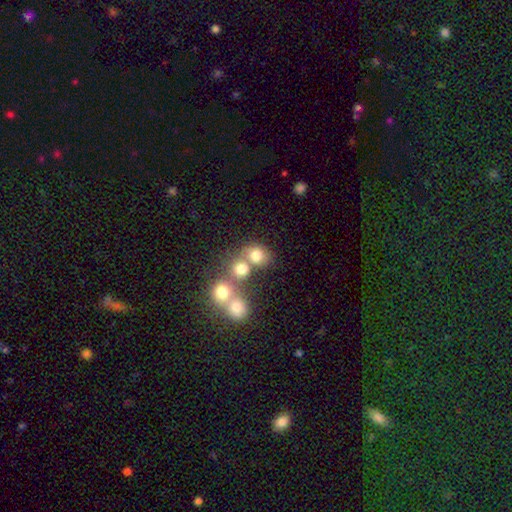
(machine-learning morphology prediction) A smooth galaxy with no disk features (75%) that is round (74%).

Vote fractions:
- Smooth or featured? smooth: 75% / star or artifact: 13% / featured or disk: 12%
- How rounded? round: 74% / in between: 25% / cigar-shaped: 1%
- Merging? none: 47% / merger: 40% / minor disturbance: 8% / major disturbance: 5%